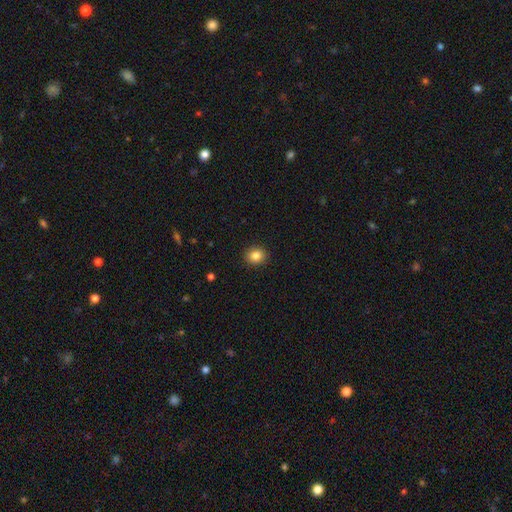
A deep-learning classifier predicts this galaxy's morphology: The model was most divided on "how rounded": round: 77%, in between: 22%, cigar-shaped: 1%. More confident: merging — none (91%); smooth or featured — smooth (84%).